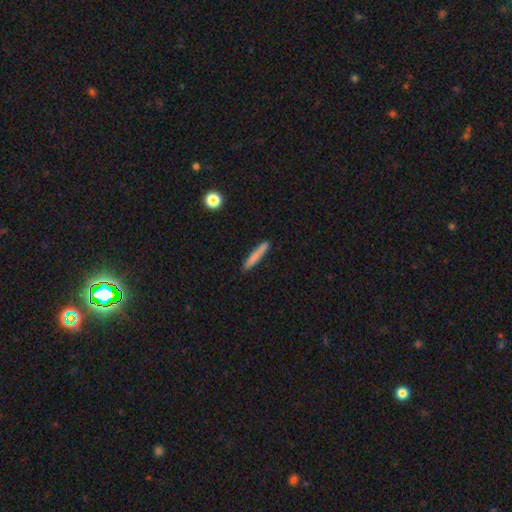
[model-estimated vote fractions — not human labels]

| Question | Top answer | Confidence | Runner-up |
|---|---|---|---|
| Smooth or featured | smooth | 77% | featured or disk (16%) |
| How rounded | cigar-shaped | 94% | in between (4%) |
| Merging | none | 87% | minor disturbance (10%) |